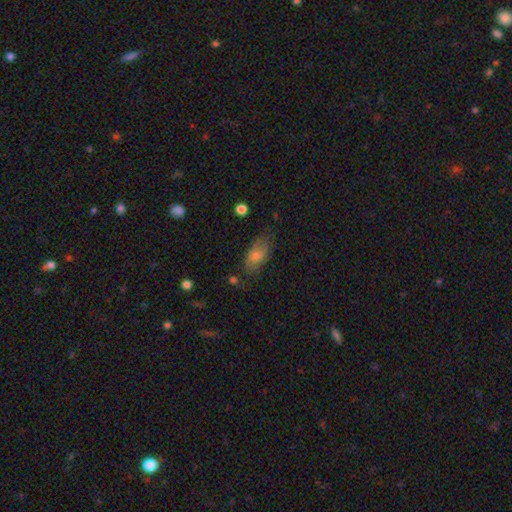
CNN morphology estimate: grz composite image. It shows a smooth galaxy with no disk features (67%) that is in between round and cigar-shaped (85%). Merging: none (67%).